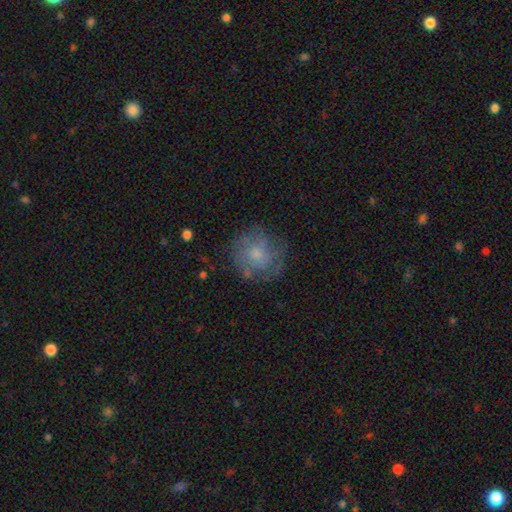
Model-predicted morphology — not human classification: smooth-or-featured: featured or disk: 42% | smooth: 36% | star or artifact: 22%
  merging: none: 80% | minor disturbance: 13% | major disturbance: 5% | merger: 1%